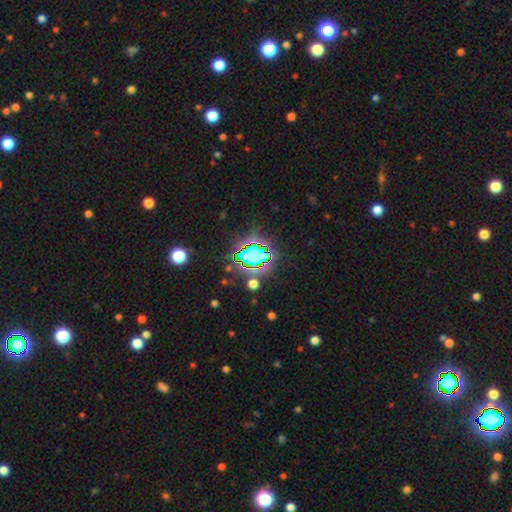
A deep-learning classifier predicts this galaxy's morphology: A star or artifact, not a galaxy (62%).